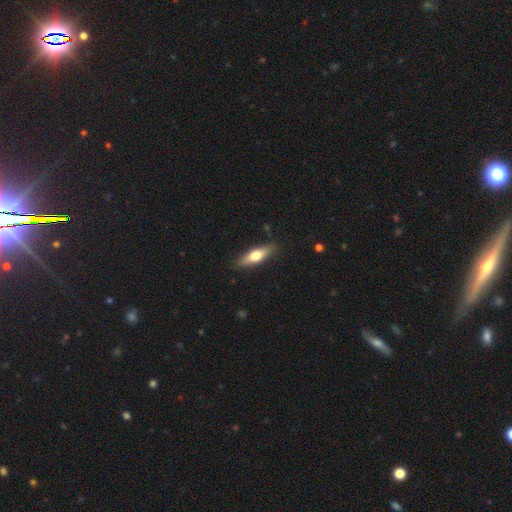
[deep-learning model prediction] Smooth or featured: smooth — 60% (featured or disk — 34%)
How rounded: cigar-shaped — 51% (in between — 47%)
Merging: none — 86% (minor disturbance — 11%)